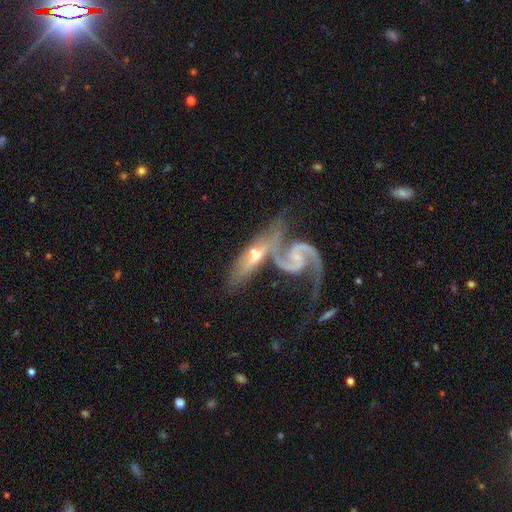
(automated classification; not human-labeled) Smooth or featured: featured or disk — 84% (smooth — 10%)
Edge-on disk: no — 81% (yes — 19%)
Bar: no — 51% (weak — 35%)
Spiral arms: yes — 92% (no — 8%)
Spiral winding: medium — 44% (loose — 31%)
Spiral arm count: 2 — 82% (can't tell — 7%)
Bulge size: small — 56% (moderate — 32%)
Merging: merger — 49% (none — 31%)